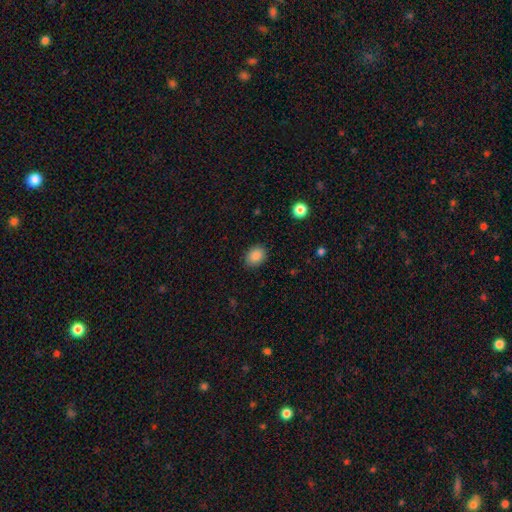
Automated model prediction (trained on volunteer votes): This appears to be a smooth galaxy with no disk features (87%) that is in between round and cigar-shaped (58%). Merging: none (87%).